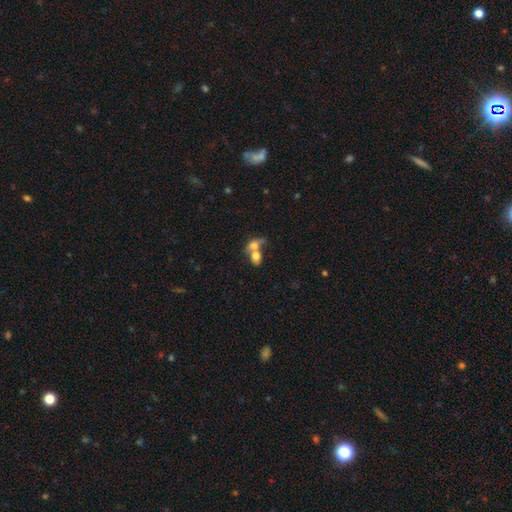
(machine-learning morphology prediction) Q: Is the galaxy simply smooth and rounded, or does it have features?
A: smooth — 71%.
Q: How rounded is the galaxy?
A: in between — 66%.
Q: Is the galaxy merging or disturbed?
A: merger — 75%.